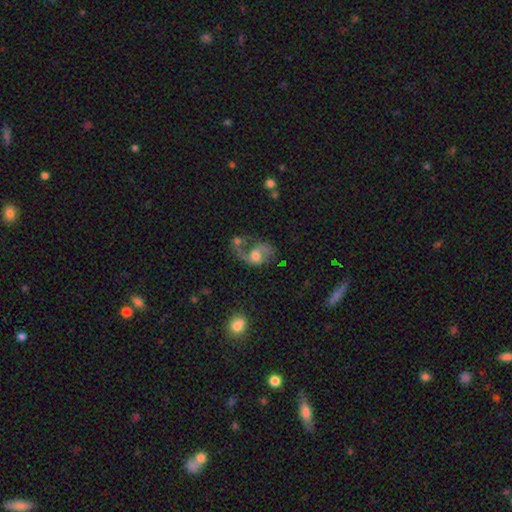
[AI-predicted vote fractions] smooth-or-featured: featured or disk: 69% | smooth: 22% | star or artifact: 9%
  disk-edge-on: no: 97% | yes: 3%
    bar: no: 58% | weak: 34% | strong: 7%
    has-spiral-arms: yes: 85% | no: 15%
      spiral-winding: loose: 58% | medium: 34% | tight: 8%
      spiral-arm-count: 2: 58% | 1: 34% | can't tell: 5% | 3: 1% | 4: 1% | more than 4: 1%
    bulge-size: moderate: 58% | small: 18% | large: 17% | none: 4% | dominant: 2%
  merging: major disturbance: 35% | none: 27% | merger: 23% | minor disturbance: 15%